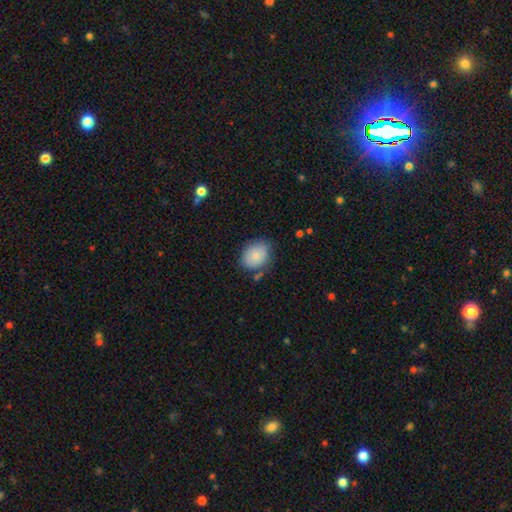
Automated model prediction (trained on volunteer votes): A smooth galaxy with no disk features (81%) that is in between round and cigar-shaped (50%).

Vote fractions:
- Smooth or featured? smooth: 81% / featured or disk: 12% / star or artifact: 8%
- How rounded? in between: 50% / round: 49% / cigar-shaped: 1%
- Merging? none: 72% / minor disturbance: 19% / major disturbance: 5% / merger: 4%